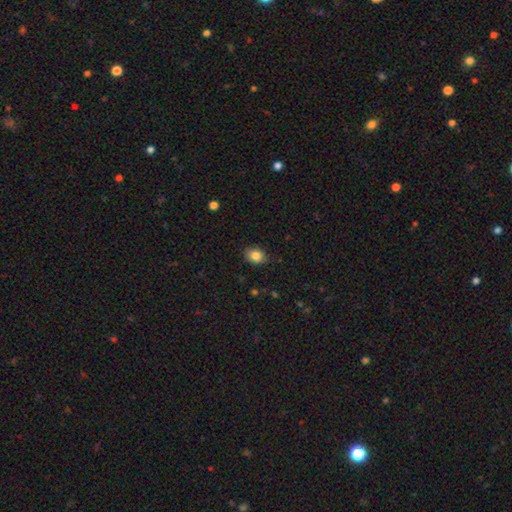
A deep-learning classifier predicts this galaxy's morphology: Overall: smooth (84%). How rounded: in between (62%; round 37%). Merging: none (84%).